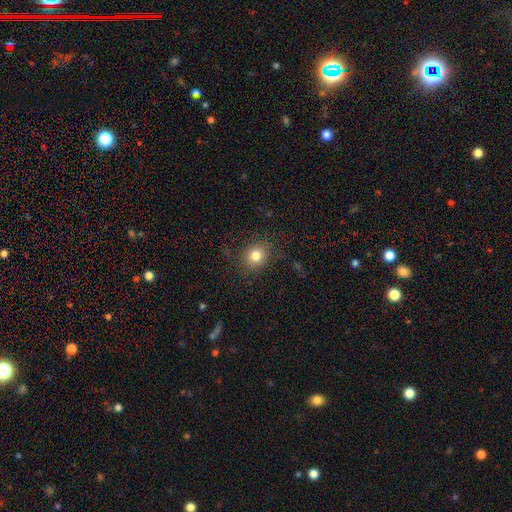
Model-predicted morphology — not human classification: smooth 80%, star or artifact 12%, featured or disk 8%. Down the decision tree: how rounded — round (70%); merging — none (85%).